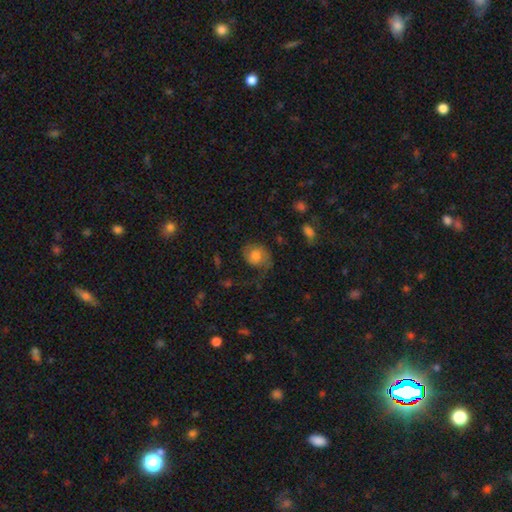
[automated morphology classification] This appears to be a smooth galaxy with no disk features (50%). Merging: none (47%).